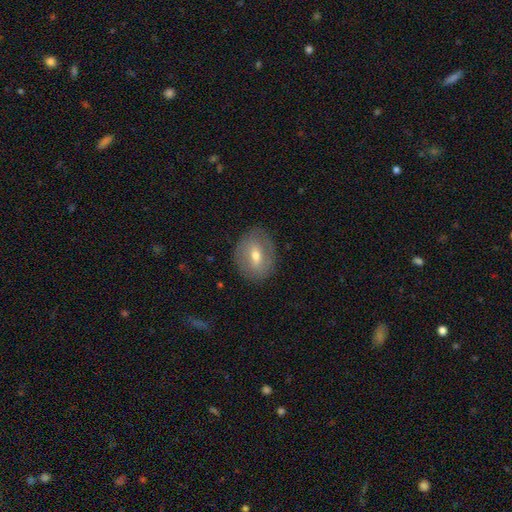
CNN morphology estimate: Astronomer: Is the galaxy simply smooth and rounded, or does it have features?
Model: featured or disk — 50% (runner-up: smooth, 42%).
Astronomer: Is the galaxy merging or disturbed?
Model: none — 82%.